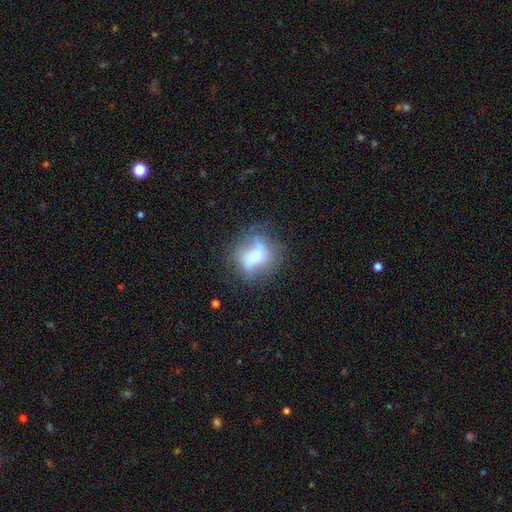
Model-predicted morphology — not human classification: Overall: featured or disk (49%; smooth 41%). Merging: none (52%; minor disturbance 24%).